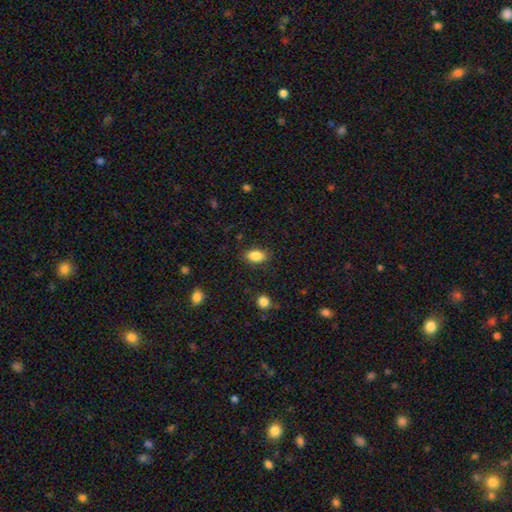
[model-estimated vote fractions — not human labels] The model was most divided on "merging": none: 85%, minor disturbance: 11%, major disturbance: 3%, merger: 1%. More confident: how rounded — in between (89%); smooth or featured — smooth (87%).